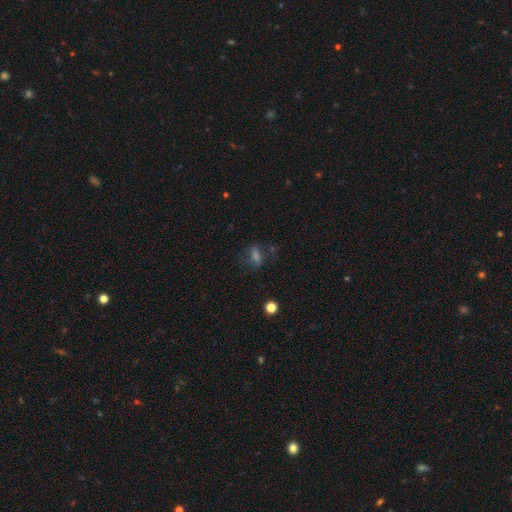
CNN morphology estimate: The model was most divided on "how rounded": in between: 56%, cigar-shaped: 31%, round: 13%. More confident: merging — none (67%); smooth or featured — smooth (54%).